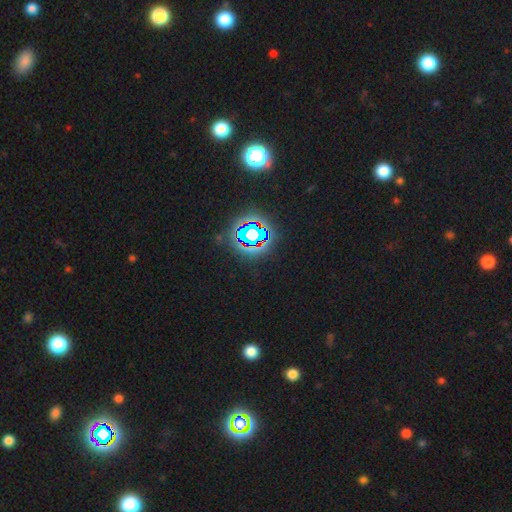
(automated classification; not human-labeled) smooth-or-featured: star or artifact: 81% | smooth: 12% | featured or disk: 6%